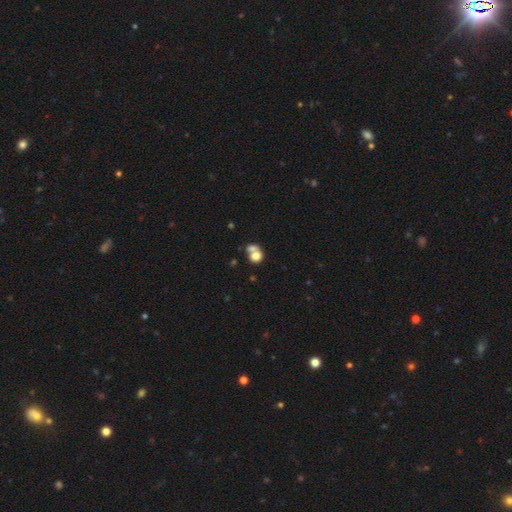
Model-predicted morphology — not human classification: Q: Smooth or featured?
A: smooth (74%); runner-up: featured or disk (15%)
Q: How rounded?
A: round (71%); runner-up: in between (28%)
Q: Merging?
A: merger (56%); runner-up: none (31%)